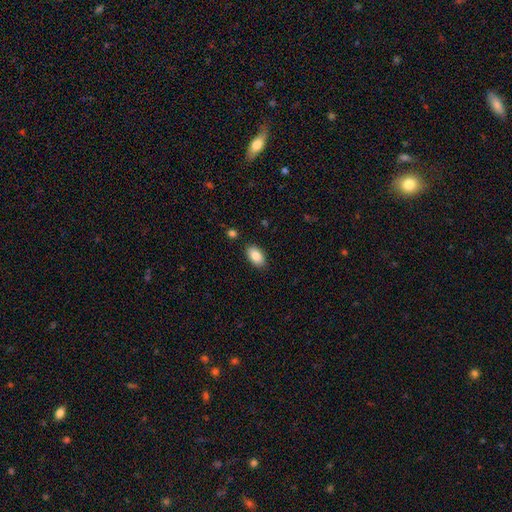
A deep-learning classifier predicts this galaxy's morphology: smooth-or-featured: smooth: 86% | star or artifact: 7% | featured or disk: 7%
  how-rounded: in between: 93% | round: 5% | cigar-shaped: 2%
  merging: none: 87% | minor disturbance: 9% | major disturbance: 2% | merger: 2%